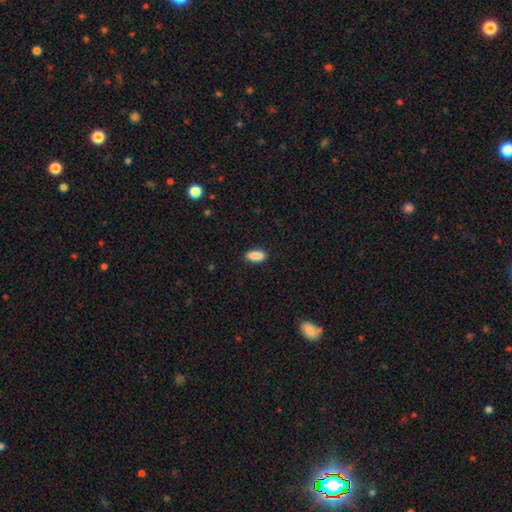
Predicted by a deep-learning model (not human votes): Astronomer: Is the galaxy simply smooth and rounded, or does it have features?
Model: smooth — 90%.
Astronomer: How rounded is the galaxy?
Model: in between — 87%.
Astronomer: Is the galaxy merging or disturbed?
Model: none — 87%.